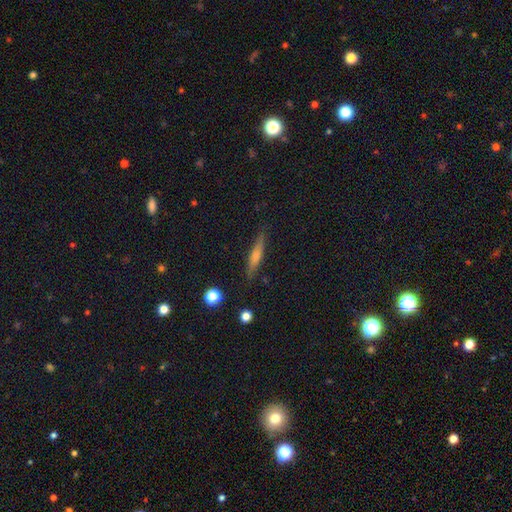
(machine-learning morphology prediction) Q: Smooth or featured?
A: smooth (54%); runner-up: featured or disk (39%)
Q: How rounded?
A: cigar-shaped (88%); runner-up: in between (9%)
Q: Merging?
A: none (84%); runner-up: minor disturbance (11%)